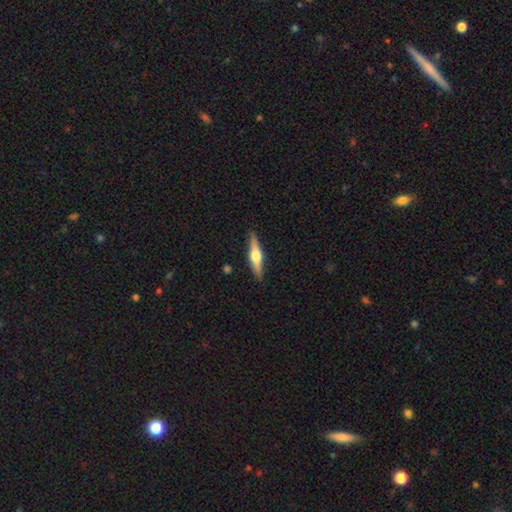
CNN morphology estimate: A featured or disk galaxy (62%) viewed edge-on (96%) with a rounded central bulge (92%). Merging: none (89%).